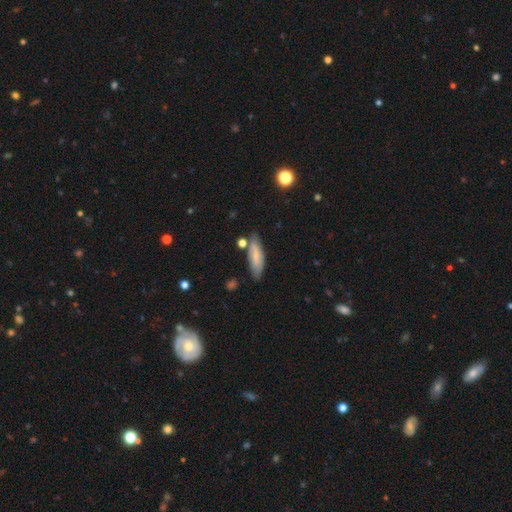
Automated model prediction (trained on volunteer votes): Morphology: type=smooth (66%); roundness=in between (53%); merging=none (73%).